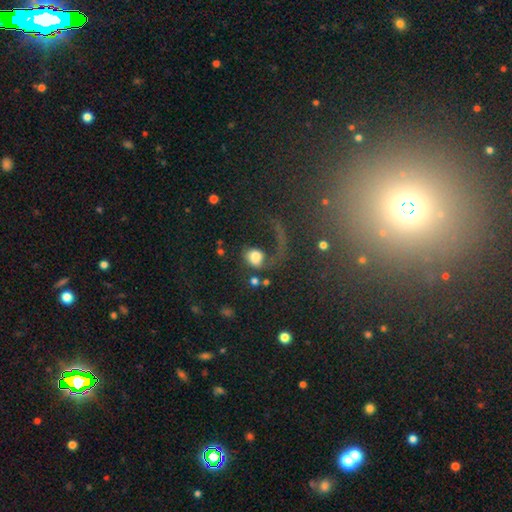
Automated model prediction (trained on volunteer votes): Overall: smooth (60%; featured or disk 28%). How rounded: round (55%; in between 43%). Merging: major disturbance (45%; none 29%).